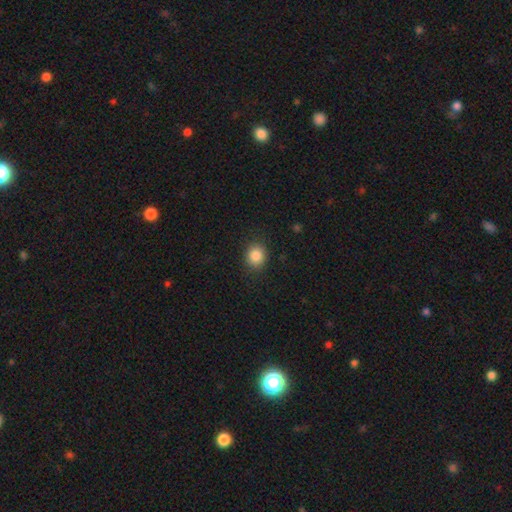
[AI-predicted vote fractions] A smooth galaxy with no disk features (86%) that is round (72%). Merging: none (88%).